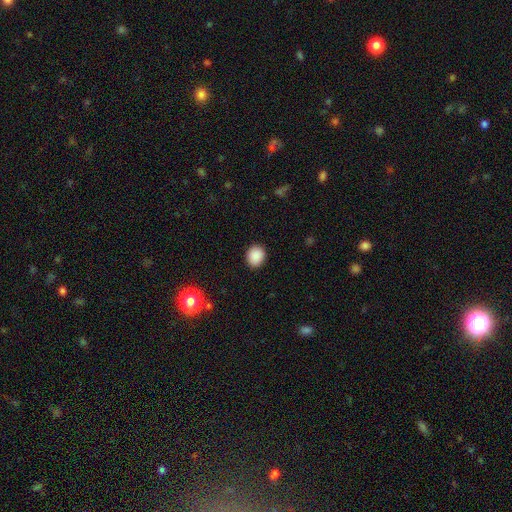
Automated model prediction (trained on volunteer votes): Q: Smooth or featured?
A: smooth (89%); runner-up: star or artifact (9%)
Q: How rounded?
A: round (64%); runner-up: in between (35%)
Q: Merging?
A: none (90%); runner-up: minor disturbance (7%)